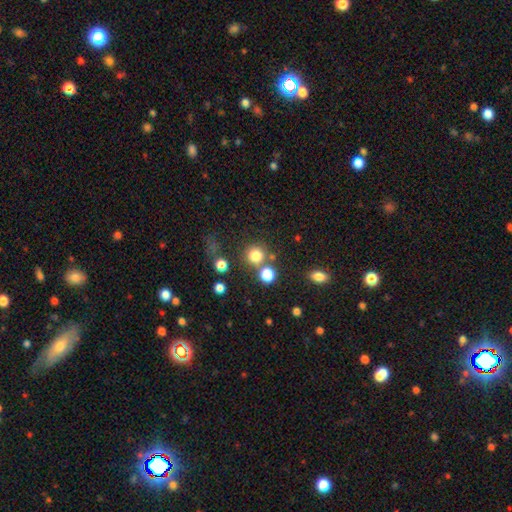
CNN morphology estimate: Smooth or featured? Predicted: smooth (p=0.79). How rounded? Predicted: round (p=0.91). Merging? Predicted: none (p=0.71).